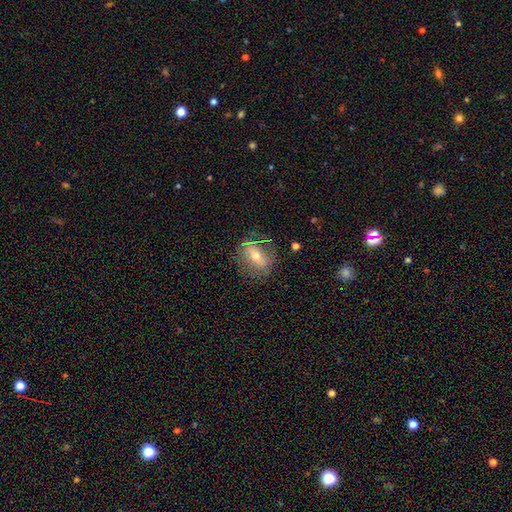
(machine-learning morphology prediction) Overall: featured or disk (53%; smooth 37%). Edge-on disk: no (87%). Merging: none (70%).